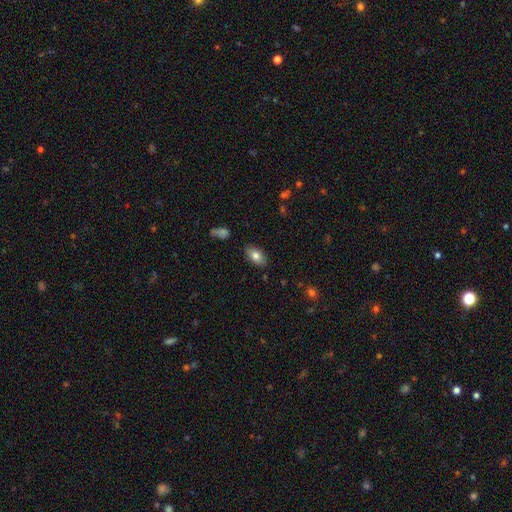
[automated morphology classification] A smooth galaxy with no disk features (79%) that is in between round and cigar-shaped (92%).

Vote fractions:
- Smooth or featured? smooth: 79% / featured or disk: 13% / star or artifact: 7%
- How rounded? in between: 92% / round: 5% / cigar-shaped: 4%
- Merging? none: 86% / minor disturbance: 11% / major disturbance: 2% / merger: 2%